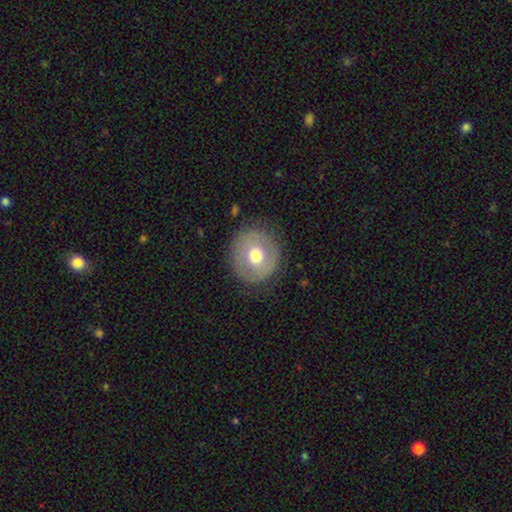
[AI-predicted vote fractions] smooth-or-featured: smooth: 61% | featured or disk: 31% | star or artifact: 8%
  how-rounded: round: 87% | in between: 12% | cigar-shaped: 1%
  merging: none: 82% | minor disturbance: 11% | major disturbance: 5% | merger: 1%